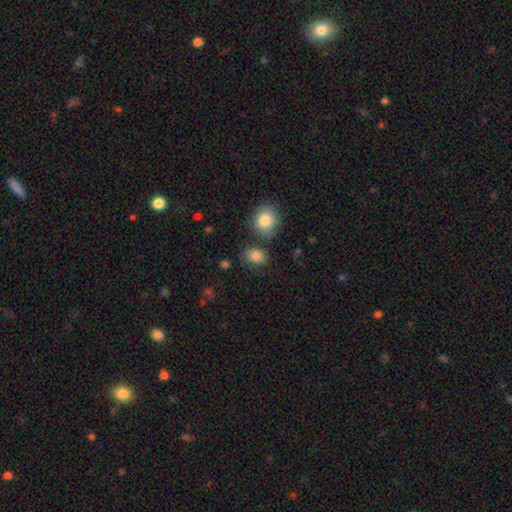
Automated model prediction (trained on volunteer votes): Morphology: type=smooth (83%); roundness=in between (60%); merging=none (68%).